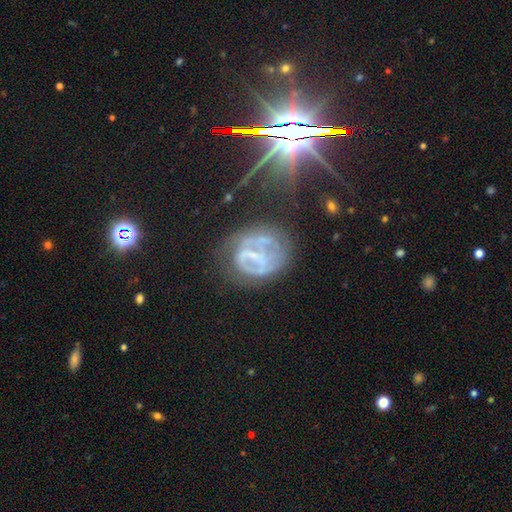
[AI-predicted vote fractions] Morphology: type=featured or disk (65%); edge-on=no (96%); bar=strong (38%); spiral arms=no (51%); bulge=none (47%); merging=none (54%).